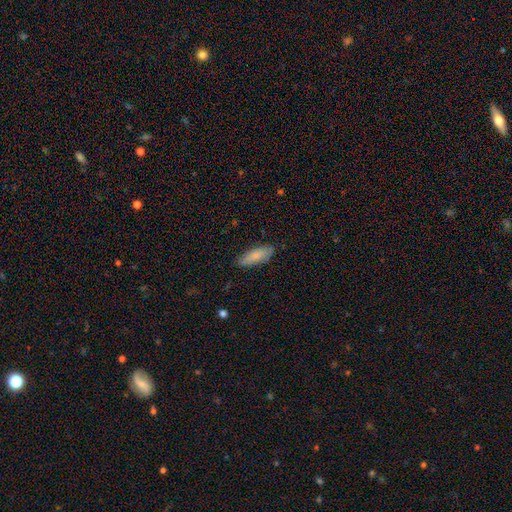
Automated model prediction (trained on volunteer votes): A smooth galaxy with no disk features (82%) that is in between round and cigar-shaped (57%).

Vote fractions:
- Smooth or featured? smooth: 82% / featured or disk: 12% / star or artifact: 6%
- How rounded? in between: 57% / cigar-shaped: 42% / round: 2%
- Merging? none: 82% / minor disturbance: 14% / major disturbance: 2% / merger: 1%